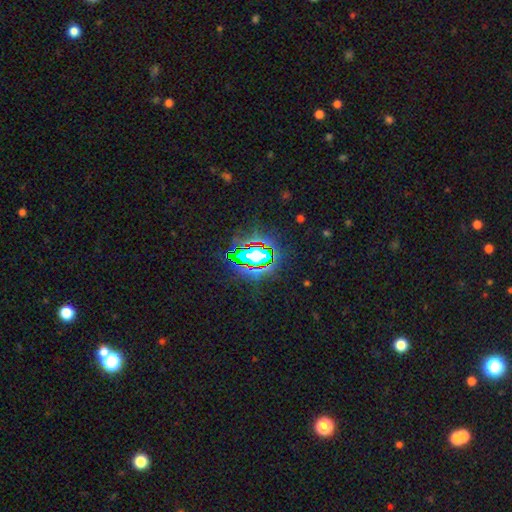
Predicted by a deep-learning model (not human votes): A star or artifact, not a galaxy (71%).

Vote fractions:
- Smooth or featured? star or artifact: 71% / smooth: 17% / featured or disk: 12%